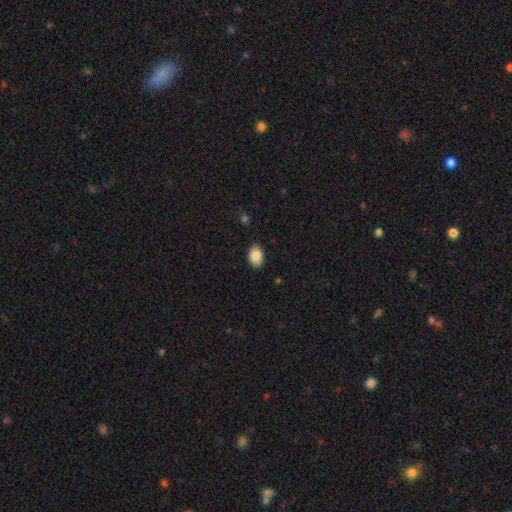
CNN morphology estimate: Smooth or featured?
  - smooth: 86% *
  - star or artifact: 7%
  - featured or disk: 7%
How rounded?
  - in between: 85% *
  - round: 13%
  - cigar-shaped: 1%
Merging?
  - none: 86% *
  - minor disturbance: 11%
  - major disturbance: 2%
  - merger: 1%